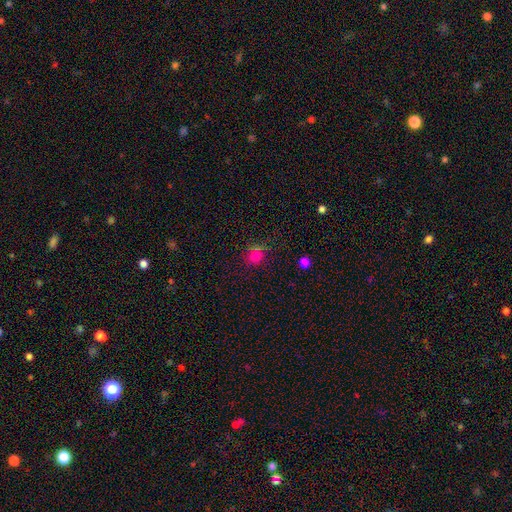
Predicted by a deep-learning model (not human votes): smooth-or-featured: smooth: 74% | star or artifact: 20% | featured or disk: 6%
  how-rounded: round: 83% | in between: 16% | cigar-shaped: 1%
  merging: none: 75% | minor disturbance: 15% | major disturbance: 5% | merger: 5%